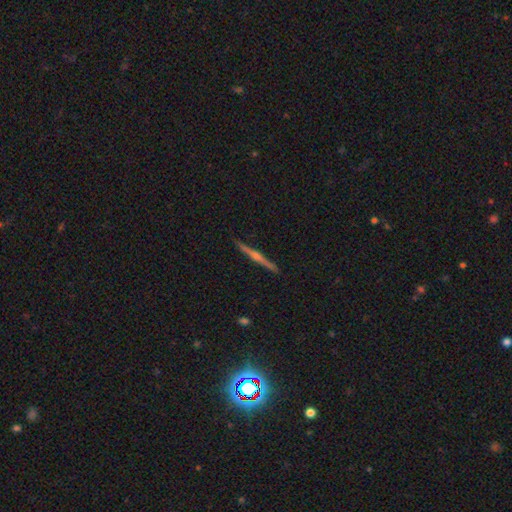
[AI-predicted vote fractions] Morphology: type=featured or disk (78%); edge-on=yes (98%); edge-on bulge=rounded (79%); merging=none (92%).